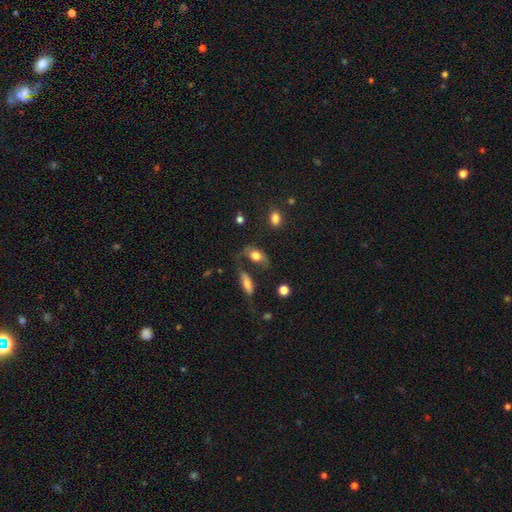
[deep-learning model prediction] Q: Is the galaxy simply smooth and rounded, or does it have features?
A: smooth — 72%.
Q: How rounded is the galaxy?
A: in between — 85%.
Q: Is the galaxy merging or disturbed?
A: none — 40%.